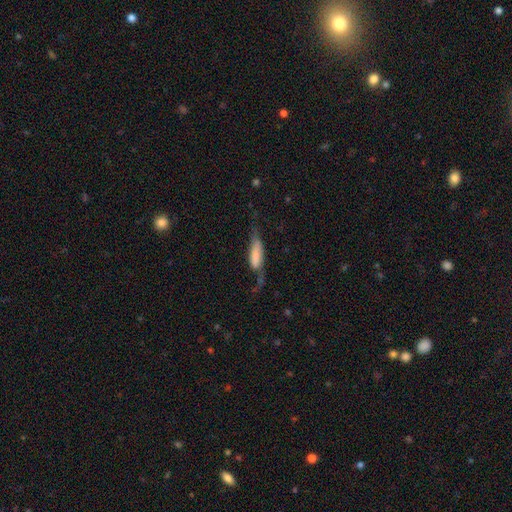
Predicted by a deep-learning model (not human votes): Q: Smooth or featured?
A: smooth (55%); runner-up: featured or disk (38%)
Q: How rounded?
A: in between (52%); runner-up: cigar-shaped (45%)
Q: Merging?
A: none (34%); tied with: major disturbance (34%)